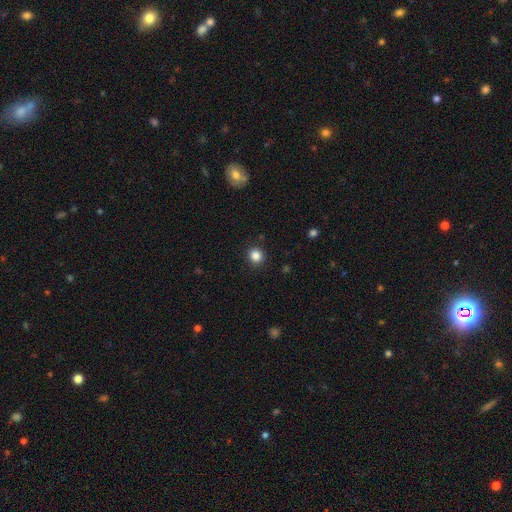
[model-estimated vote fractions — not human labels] Q: Smooth or featured?
A: smooth (85%); runner-up: star or artifact (11%)
Q: How rounded?
A: round (92%); runner-up: in between (7%)
Q: Merging?
A: none (91%); runner-up: minor disturbance (6%)